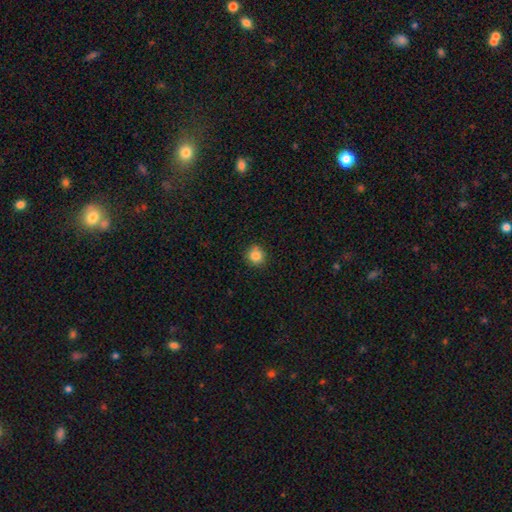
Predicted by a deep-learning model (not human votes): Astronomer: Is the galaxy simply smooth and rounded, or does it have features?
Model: smooth — 84%.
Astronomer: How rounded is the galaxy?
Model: round — 90%.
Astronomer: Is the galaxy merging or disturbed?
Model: none — 89%.